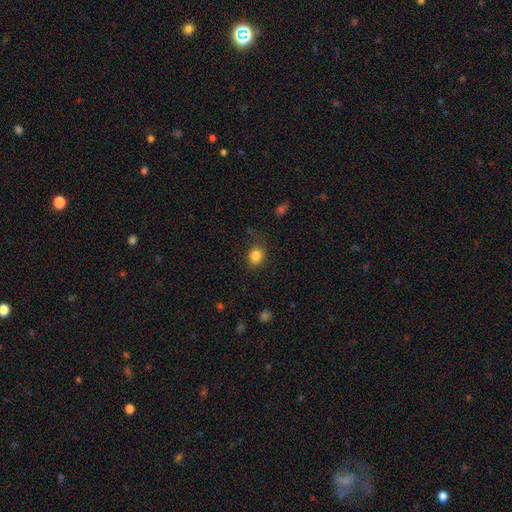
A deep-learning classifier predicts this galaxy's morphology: A smooth galaxy with no disk features (84%) that is round (68%). Merging: none (80%).